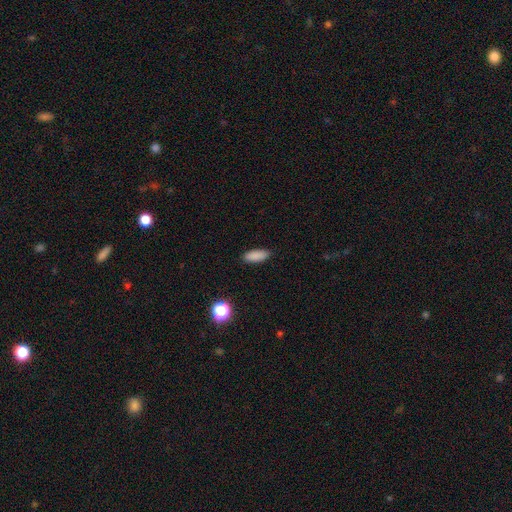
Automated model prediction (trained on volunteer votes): This is clearly a smooth galaxy (87%). How rounded: likely in between (74%). Merging: clearly none (88%).